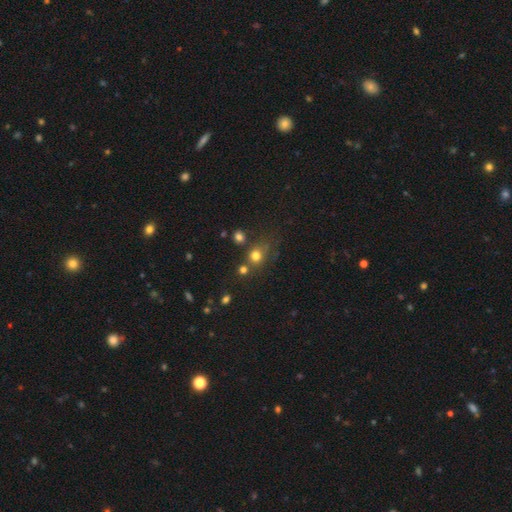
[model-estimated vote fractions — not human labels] This appears to be a smooth galaxy with no disk features (74%) that is round (83%). Merging: none (61%).